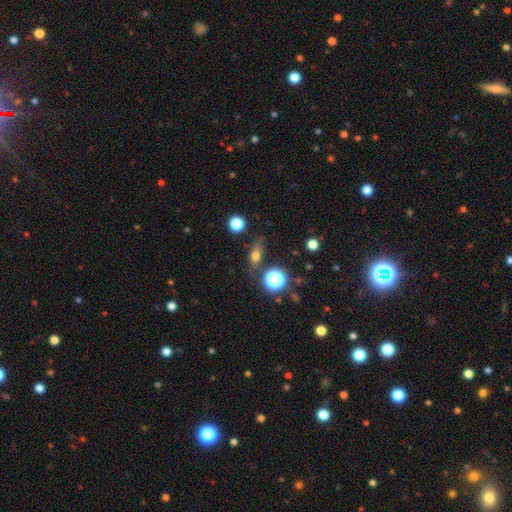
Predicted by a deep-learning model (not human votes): smooth-or-featured: smooth: 67% | star or artifact: 17% | featured or disk: 16%
  how-rounded: in between: 55% | round: 23% | cigar-shaped: 21%
  merging: none: 75% | minor disturbance: 16% | major disturbance: 5% | merger: 4%